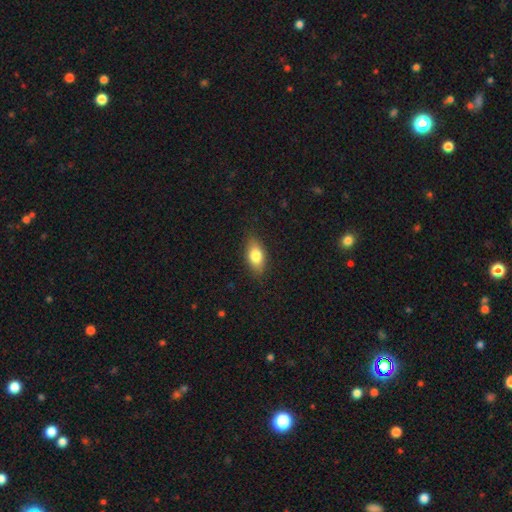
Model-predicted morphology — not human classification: Smooth or featured? Predicted: smooth (p=0.80). How rounded? Predicted: in between (p=0.87). Merging? Predicted: none (p=0.84).